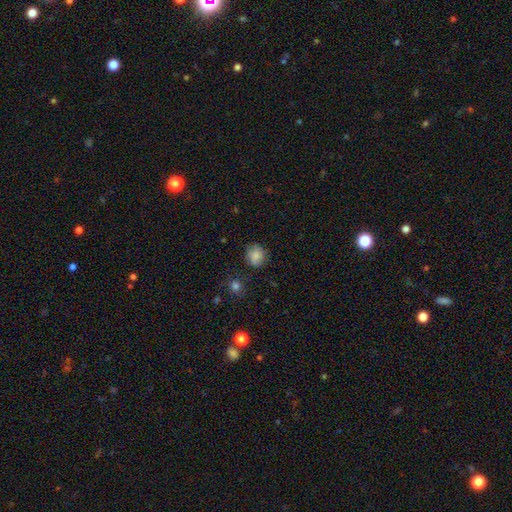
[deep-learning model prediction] Overall: smooth (82%). How rounded: round (78%). Merging: none (75%).